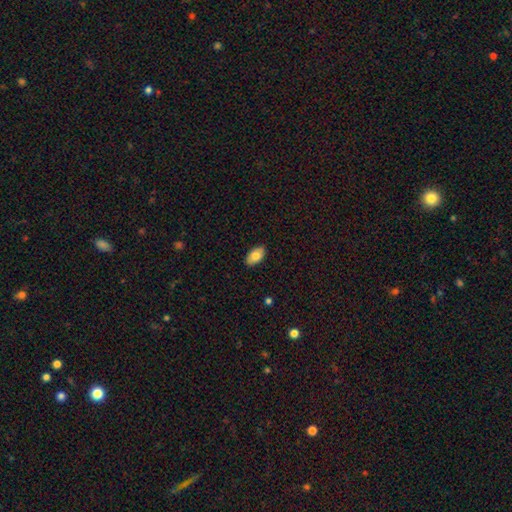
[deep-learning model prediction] The model was most divided on "smooth or featured": smooth: 77%, featured or disk: 16%, star or artifact: 7%. More confident: how rounded — in between (93%); merging — none (88%).